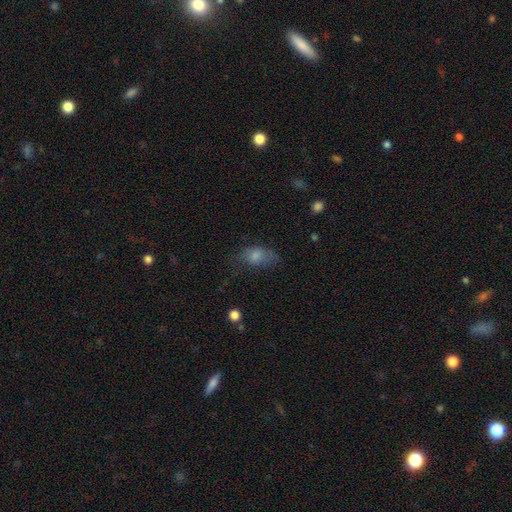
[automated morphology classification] A smooth galaxy with no disk features (70%) that is in between round and cigar-shaped (83%). Merging: none (42%).